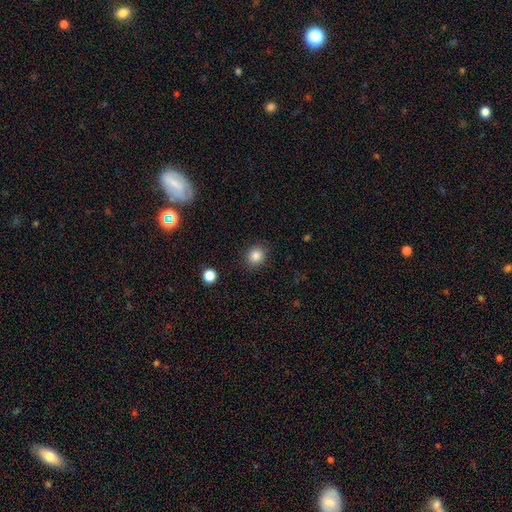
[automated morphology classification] smooth 85%, star or artifact 10%, featured or disk 5%. Down the decision tree: how rounded — round (77%); merging — none (88%).